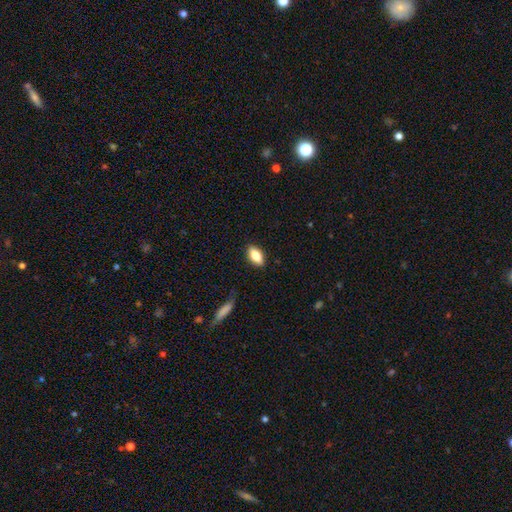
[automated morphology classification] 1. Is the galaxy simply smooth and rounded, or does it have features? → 77% smooth, 15% featured or disk, 7% star or artifact.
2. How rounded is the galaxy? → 86% in between, 10% cigar-shaped, 4% round.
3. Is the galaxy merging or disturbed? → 87% none, 10% minor disturbance, 2% major disturbance, 1% merger.